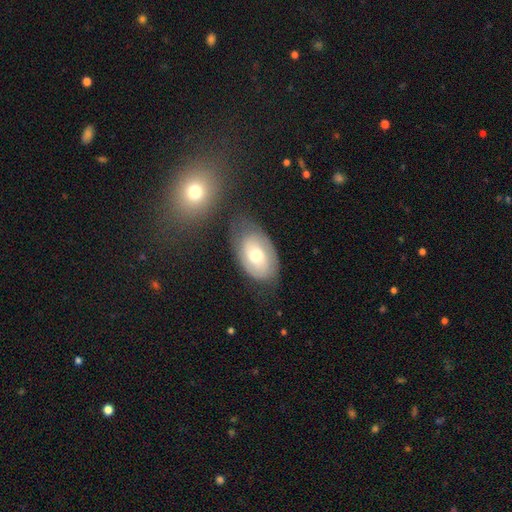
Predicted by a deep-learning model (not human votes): Morphology: type=featured or disk (49%); merging=none (63%).